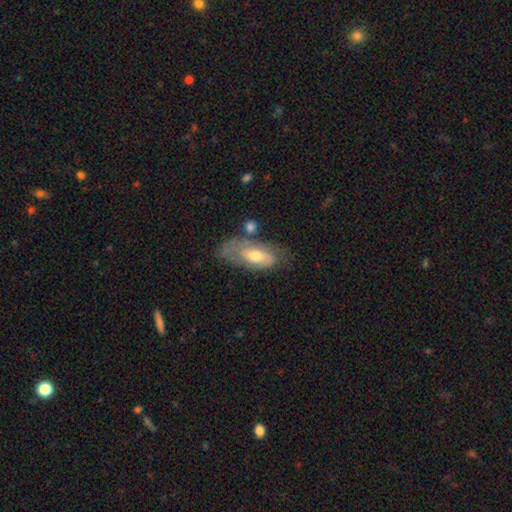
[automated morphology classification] A smooth galaxy with no disk features (47%, tied with featured or disk).

Vote fractions:
- Smooth or featured? smooth: 47% (tied) / featured or disk: 47% (tied) / star or artifact: 6%
- Merging? none: 51% / minor disturbance: 26% / major disturbance: 14% / merger: 9%